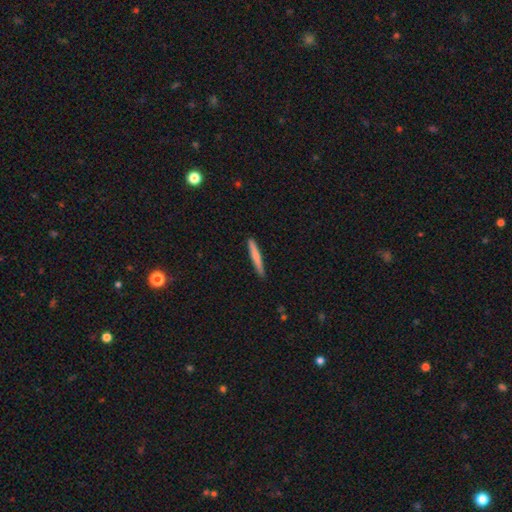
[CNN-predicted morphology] Overall: smooth (71%). How rounded: cigar-shaped (96%). Merging: none (90%).